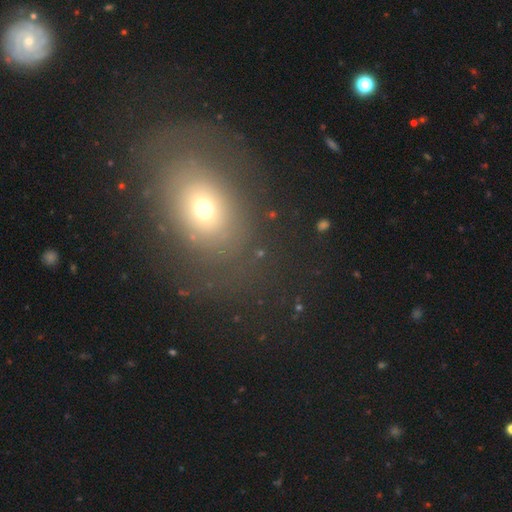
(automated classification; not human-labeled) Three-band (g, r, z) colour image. It shows a smooth galaxy with no disk features (53%) that is in between round and cigar-shaped (58%). Merging: none (73%).